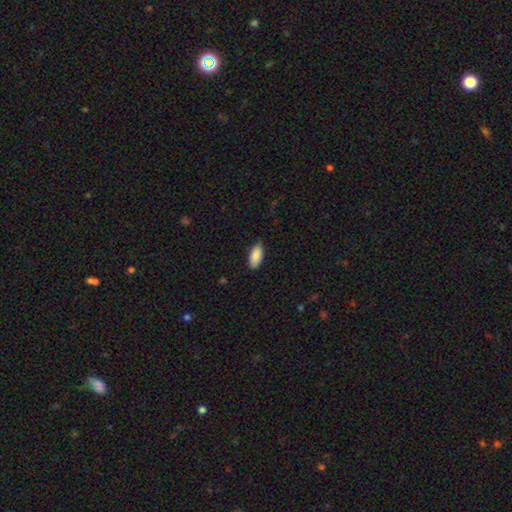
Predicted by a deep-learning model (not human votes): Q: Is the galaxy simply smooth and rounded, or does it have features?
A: smooth — 89%.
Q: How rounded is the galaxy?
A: in between — 90%.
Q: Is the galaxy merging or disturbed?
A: none — 84%.